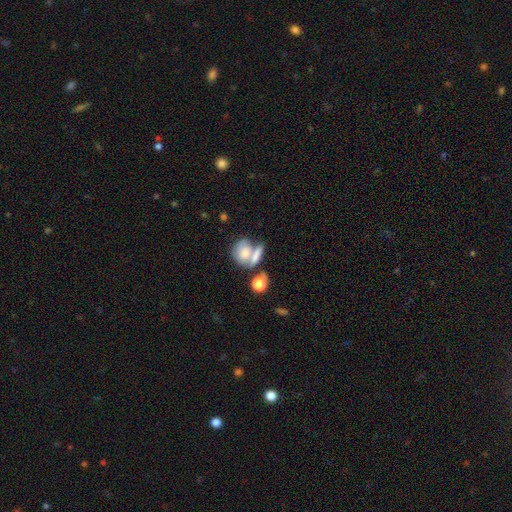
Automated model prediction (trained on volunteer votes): Smooth or featured? smooth (70%)
How rounded? in between (54%)
Merging? merger (53%)